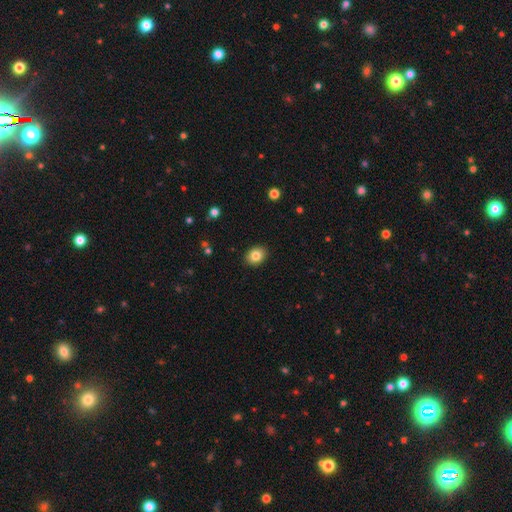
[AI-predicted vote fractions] Smooth or featured? smooth (83%)
How rounded? in between (57%)
Merging? none (90%)